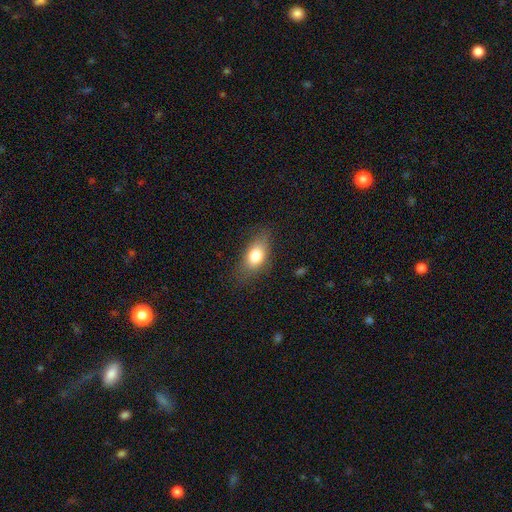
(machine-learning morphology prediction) smooth_or_featured: smooth (p=0.78) [alt: featured or disk p=0.14]
how_rounded: in between (p=0.83) [alt: round p=0.09]
merging: none (p=0.73) [alt: minor disturbance p=0.20]